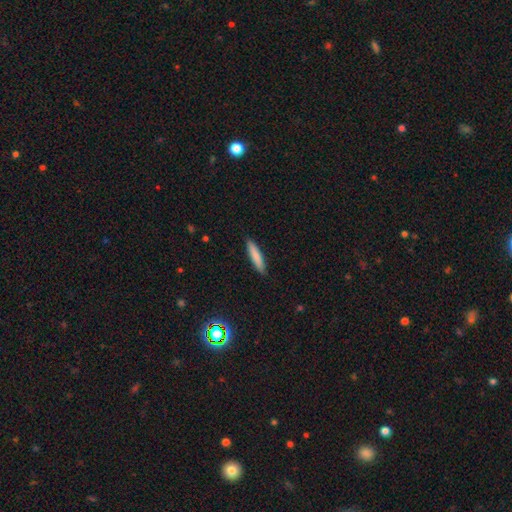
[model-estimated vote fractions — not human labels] Smooth or featured?
  - smooth: 82% *
  - featured or disk: 12%
  - star or artifact: 6%
How rounded?
  - cigar-shaped: 85% *
  - in between: 13%
  - round: 1%
Merging?
  - none: 89% *
  - minor disturbance: 8%
  - major disturbance: 2%
  - merger: 1%